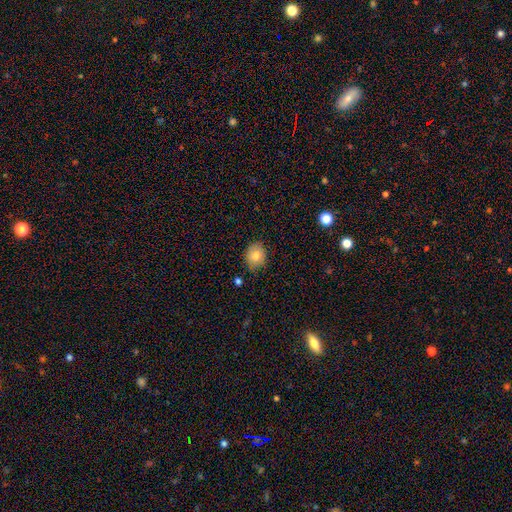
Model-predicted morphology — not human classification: A smooth galaxy with no disk features (80%) that is round (56%).

Vote fractions:
- Smooth or featured? smooth: 80% / featured or disk: 11% / star or artifact: 9%
- How rounded? round: 56% / in between: 43% / cigar-shaped: 1%
- Merging? none: 81% / minor disturbance: 15% / major disturbance: 3% / merger: 2%